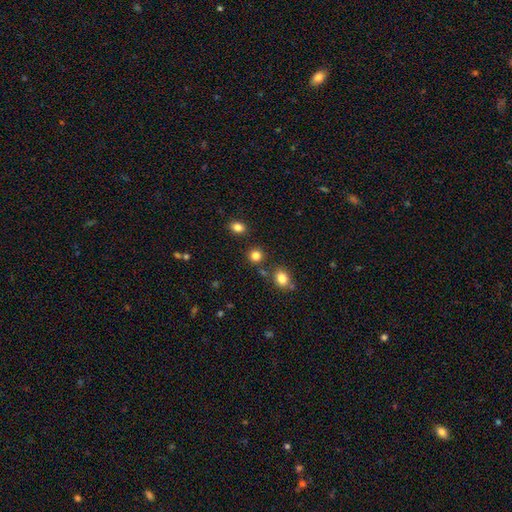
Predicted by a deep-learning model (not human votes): Smooth or featured: smooth — 82% (star or artifact — 13%)
How rounded: round — 86% (in between — 13%)
Merging: none — 80% (merger — 9%)